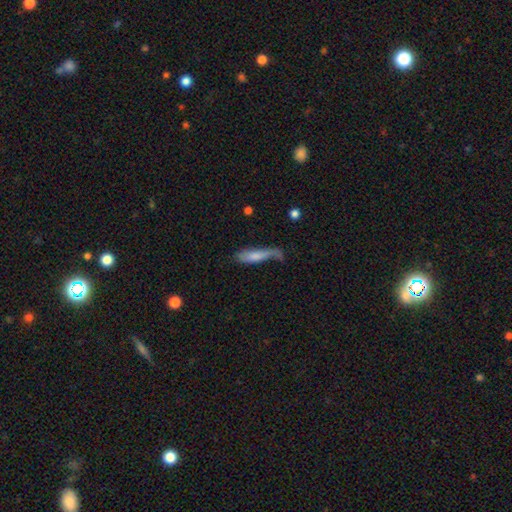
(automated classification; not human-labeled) This is likely a smooth galaxy (67%). How rounded: likely cigar-shaped (68%). Merging: marginally none (34%).